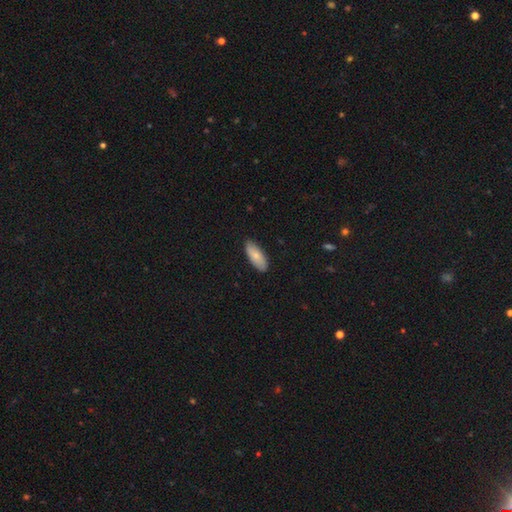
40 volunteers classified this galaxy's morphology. A smooth galaxy with no disk features (80%) that is in between round and cigar-shaped (88%).

Vote fractions:
- Smooth or featured? smooth: 80% / featured or disk: 12% / star or artifact: 8%
- How rounded? in between: 88% / cigar-shaped: 9% / round: 3%
- Merging? none: 81% / minor disturbance: 14% / major disturbance: 5% / merger: 0%